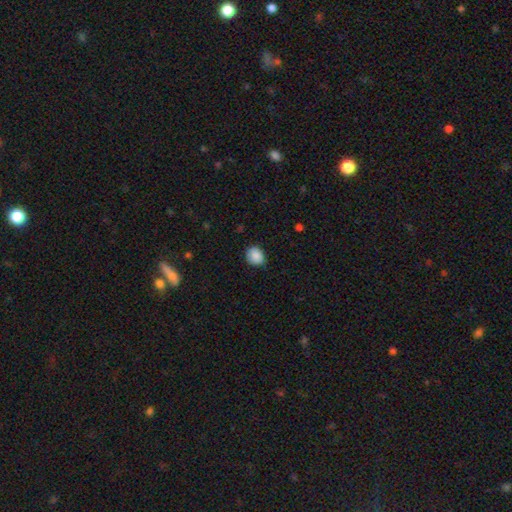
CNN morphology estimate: Smooth or featured? smooth (88%)
How rounded? round (66%)
Merging? none (81%)